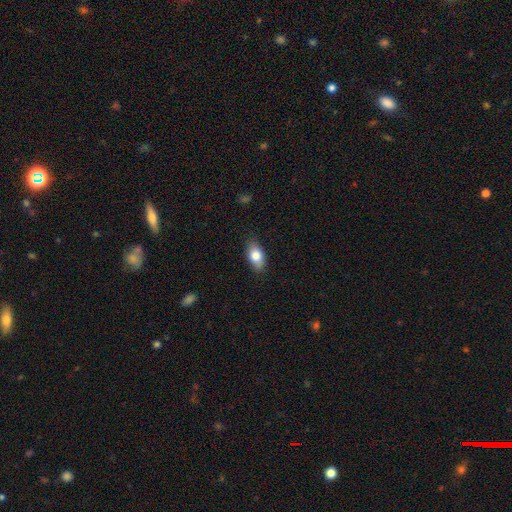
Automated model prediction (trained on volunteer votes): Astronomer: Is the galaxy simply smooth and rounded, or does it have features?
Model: smooth — 80%.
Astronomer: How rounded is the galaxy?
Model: in between — 90%.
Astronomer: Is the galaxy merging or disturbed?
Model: none — 84%.